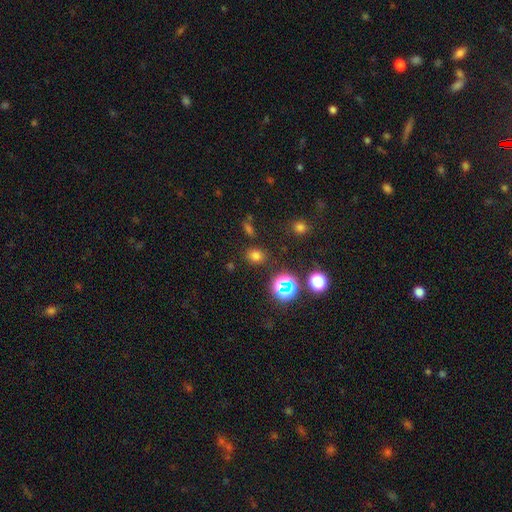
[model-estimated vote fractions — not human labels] A smooth galaxy with no disk features (68%) that is round (62%).

Vote fractions:
- Smooth or featured? smooth: 68% / star or artifact: 26% / featured or disk: 6%
- How rounded? round: 62% / in between: 37% / cigar-shaped: 1%
- Merging? none: 83% / minor disturbance: 9% / merger: 4% / major disturbance: 4%